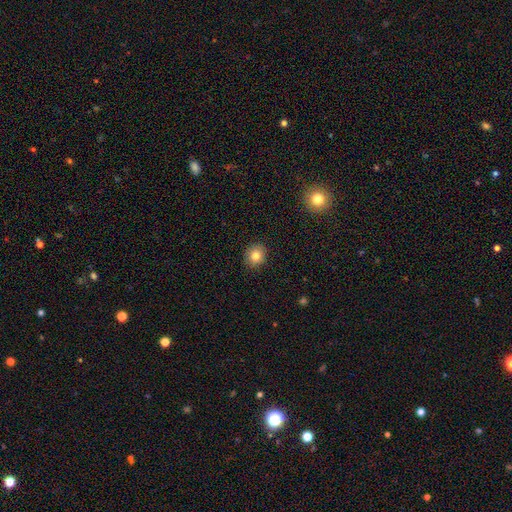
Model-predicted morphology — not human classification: Smooth or featured: smooth — 83% (star or artifact — 10%)
How rounded: round — 76% (in between — 23%)
Merging: none — 89% (minor disturbance — 8%)